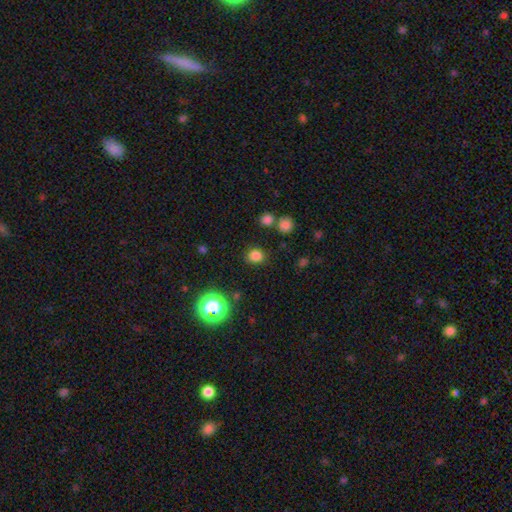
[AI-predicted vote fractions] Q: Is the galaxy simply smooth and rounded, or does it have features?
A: smooth — 79%.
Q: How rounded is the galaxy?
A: round — 76%.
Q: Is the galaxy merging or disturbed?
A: none — 85%.